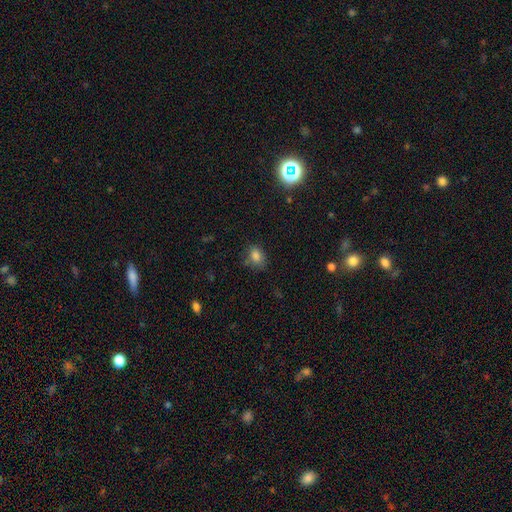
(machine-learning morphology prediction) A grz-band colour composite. It shows a smooth galaxy with no disk features (81%) that is in between round and cigar-shaped (68%). Merging: none (68%).